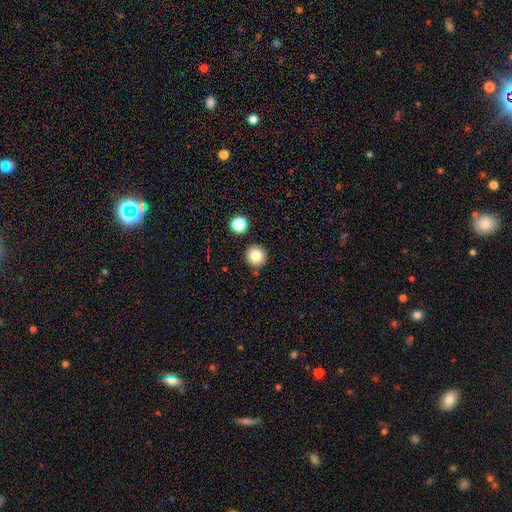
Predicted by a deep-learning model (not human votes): The model was most divided on "smooth or featured": smooth: 83%, star or artifact: 11%, featured or disk: 7%. More confident: how rounded — round (94%); merging — none (86%).